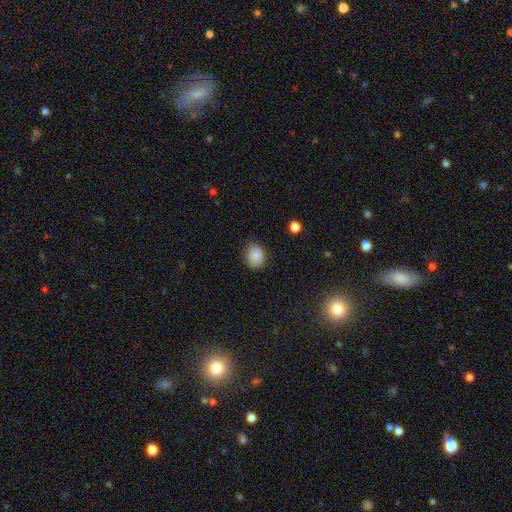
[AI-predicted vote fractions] A smooth galaxy with no disk features (83%) that is round (52%).

Vote fractions:
- Smooth or featured? smooth: 83% / star or artifact: 9% / featured or disk: 8%
- How rounded? round: 52% / in between: 47% / cigar-shaped: 1%
- Merging? none: 78% / minor disturbance: 18% / major disturbance: 3% / merger: 1%